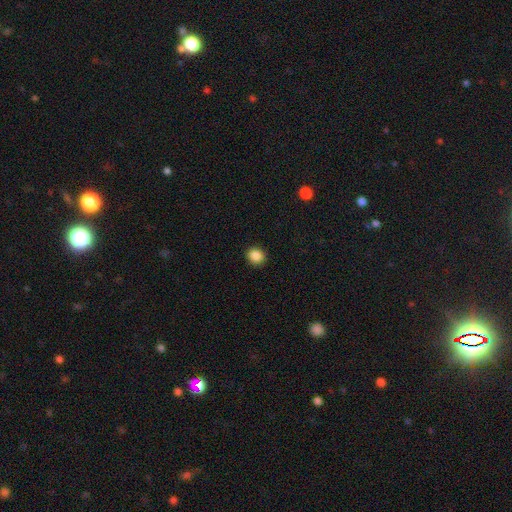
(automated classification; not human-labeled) Smooth or featured? Predicted: smooth (p=0.87). How rounded? Predicted: round (p=0.80). Merging? Predicted: none (p=0.92).